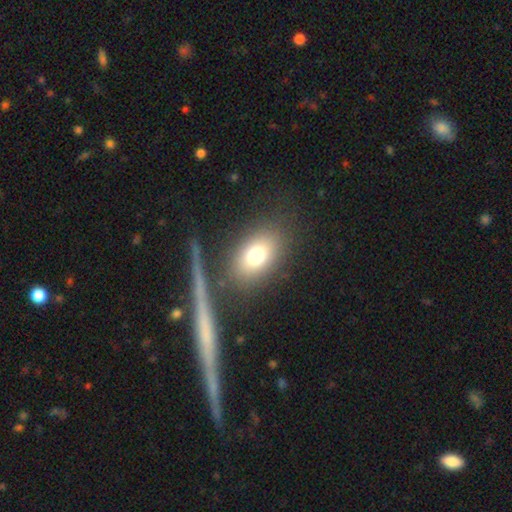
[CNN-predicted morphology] Smooth or featured? Predicted: smooth (p=0.73). How rounded? Predicted: in between (p=0.70). Merging? Predicted: none (p=0.78).